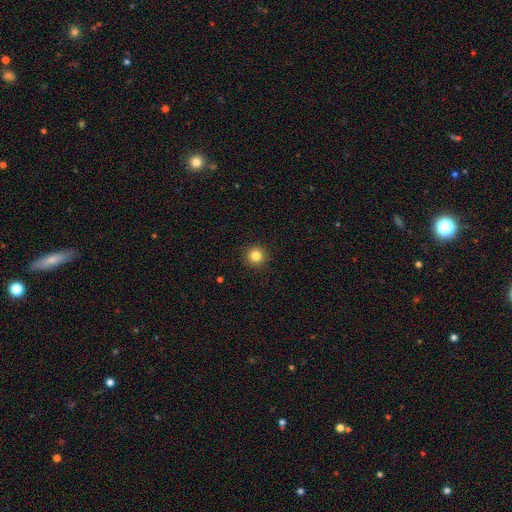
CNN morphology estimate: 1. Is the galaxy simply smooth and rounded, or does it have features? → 83% smooth, 12% star or artifact, 5% featured or disk.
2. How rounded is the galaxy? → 96% round, 3% in between, 1% cigar-shaped.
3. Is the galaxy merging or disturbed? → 93% none, 5% minor disturbance, 2% major disturbance, 1% merger.